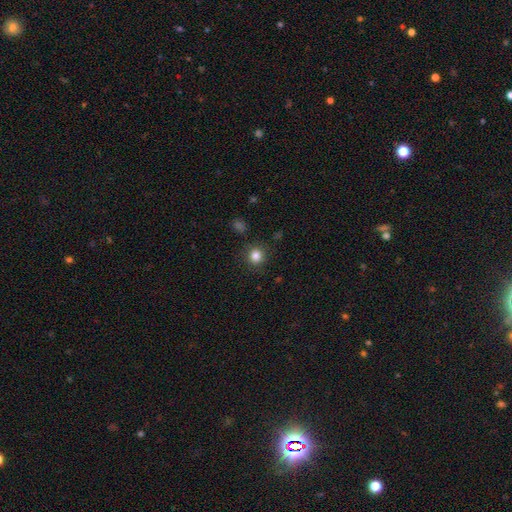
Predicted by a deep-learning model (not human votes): Q: Smooth or featured?
A: smooth (83%); runner-up: star or artifact (12%)
Q: How rounded?
A: round (90%); runner-up: in between (9%)
Q: Merging?
A: none (88%); runner-up: minor disturbance (7%)